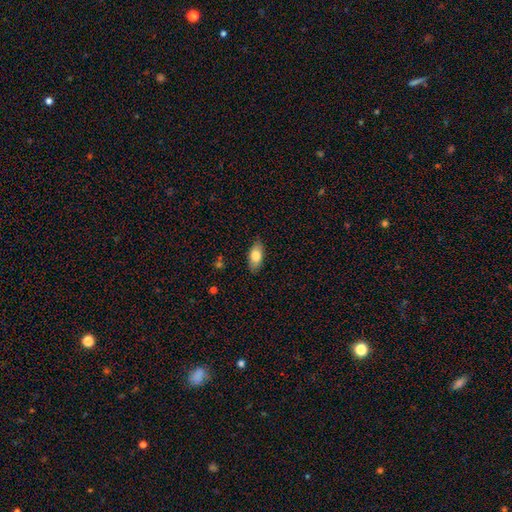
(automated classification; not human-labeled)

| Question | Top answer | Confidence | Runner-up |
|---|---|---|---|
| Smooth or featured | smooth | 77% | featured or disk (17%) |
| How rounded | in between | 89% | cigar-shaped (8%) |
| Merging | none | 86% | minor disturbance (11%) |